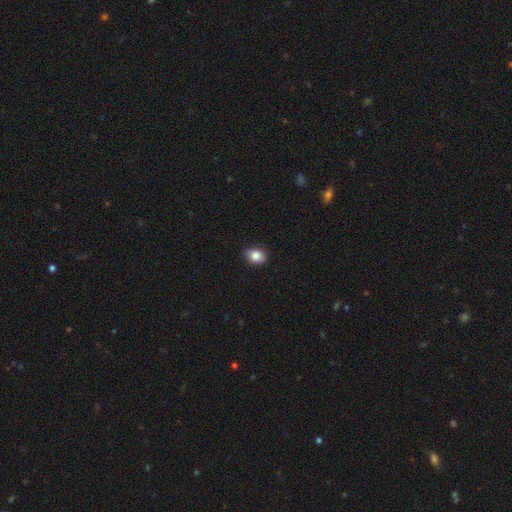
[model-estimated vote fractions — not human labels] A smooth galaxy with no disk features (84%) that is in between round and cigar-shaped (60%).

Vote fractions:
- Smooth or featured? smooth: 84% / star or artifact: 9% / featured or disk: 7%
- How rounded? in between: 60% / round: 39% / cigar-shaped: 1%
- Merging? none: 80% / minor disturbance: 16% / major disturbance: 2% / merger: 1%